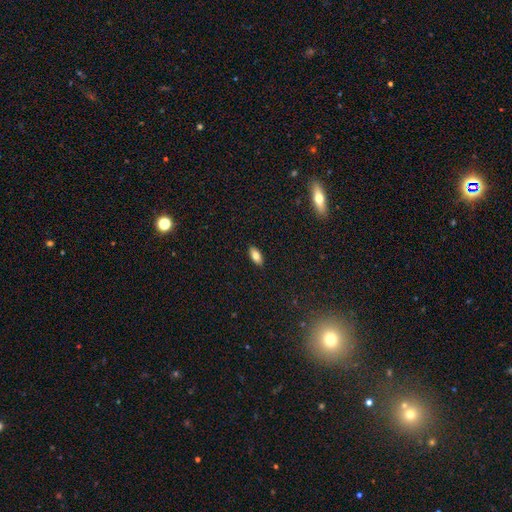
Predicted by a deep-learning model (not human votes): This is clearly a smooth galaxy (81%). How rounded: clearly in between (89%). Merging: clearly none (90%).